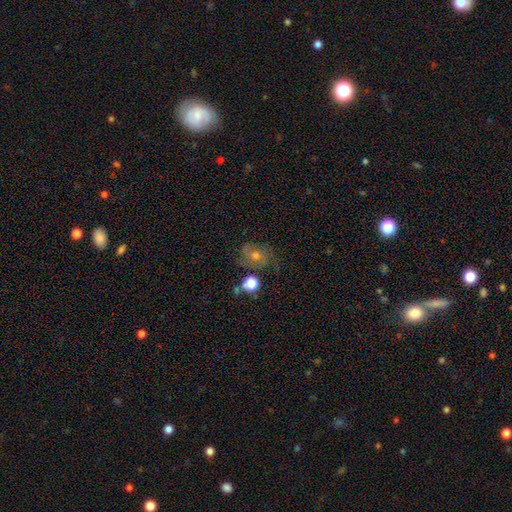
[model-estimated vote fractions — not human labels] This is possibly a featured or disk galaxy (58%). It is clearly not viewed edge-on (96%). Bar: likely no (68%). Spiral arm pattern: clearly yes (86%). Central bulge: possibly moderate (60%). Merging: likely none (66%).